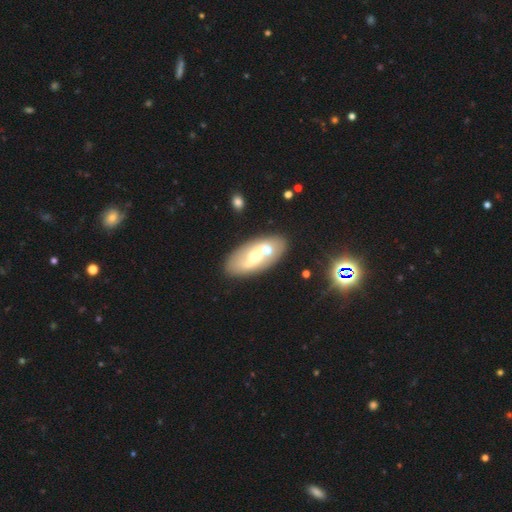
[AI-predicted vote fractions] Overall: featured or disk (54%; smooth 37%). Edge-on disk: no (87%). Merging: none (56%; merger 27%).